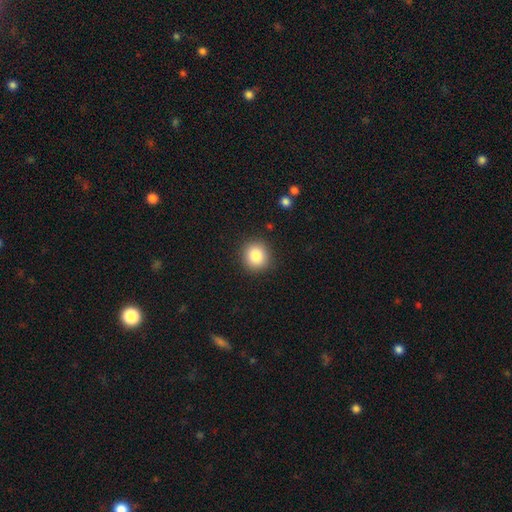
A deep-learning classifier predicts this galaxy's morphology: This appears to be a smooth galaxy with no disk features (83%) that is round (88%). Merging: none (89%).